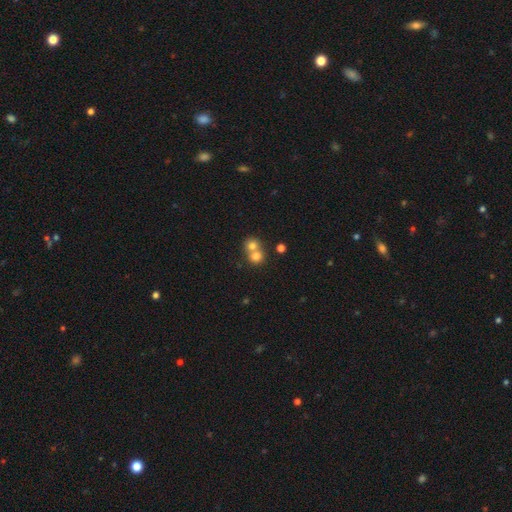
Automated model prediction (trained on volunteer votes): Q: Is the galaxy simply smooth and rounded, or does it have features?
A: smooth — 74%.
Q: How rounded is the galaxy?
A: round — 84%.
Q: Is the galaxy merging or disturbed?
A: merger — 58%.